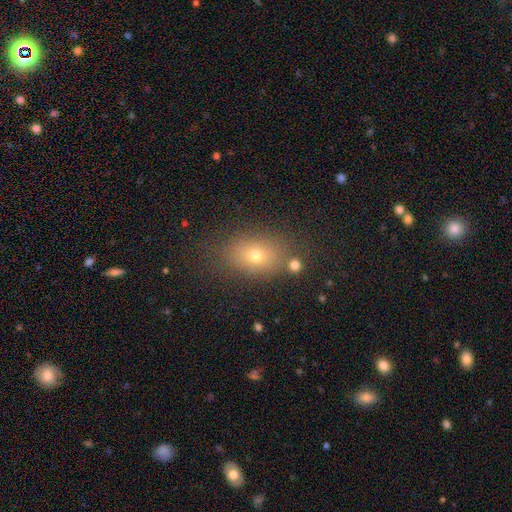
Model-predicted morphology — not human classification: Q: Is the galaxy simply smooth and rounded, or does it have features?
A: smooth — 67%.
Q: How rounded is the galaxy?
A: in between — 72%.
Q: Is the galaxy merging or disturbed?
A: none — 78%.